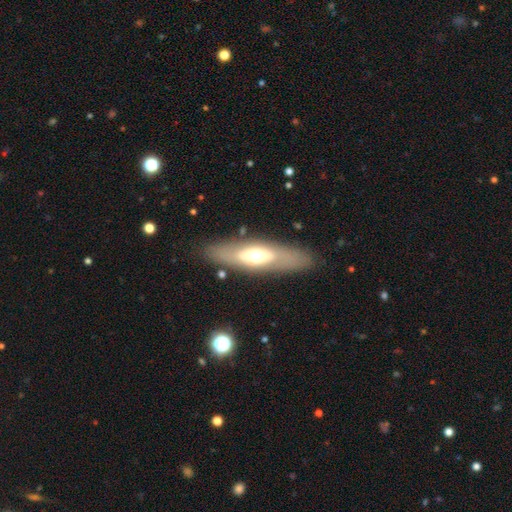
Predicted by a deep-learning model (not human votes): Overall: featured or disk (50%; smooth 43%). Edge-on disk: no (54%; yes 46%). Merging: none (83%).